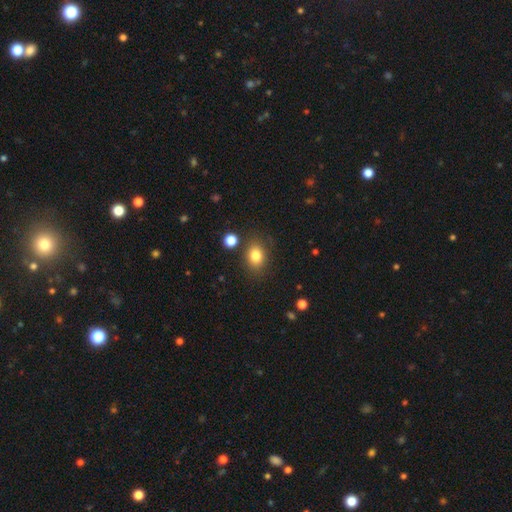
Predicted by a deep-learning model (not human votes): smooth-or-featured: smooth: 81% | star or artifact: 11% | featured or disk: 8%
  how-rounded: in between: 64% | round: 35% | cigar-shaped: 1%
  merging: none: 79% | minor disturbance: 12% | merger: 5% | major disturbance: 4%